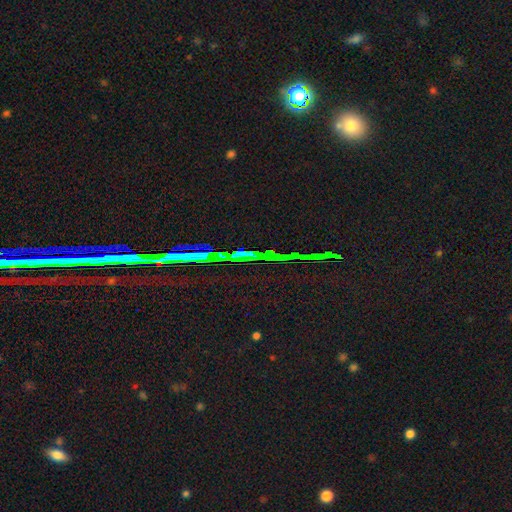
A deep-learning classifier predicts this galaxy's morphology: Smooth or featured? Predicted: star or artifact (p=0.82).